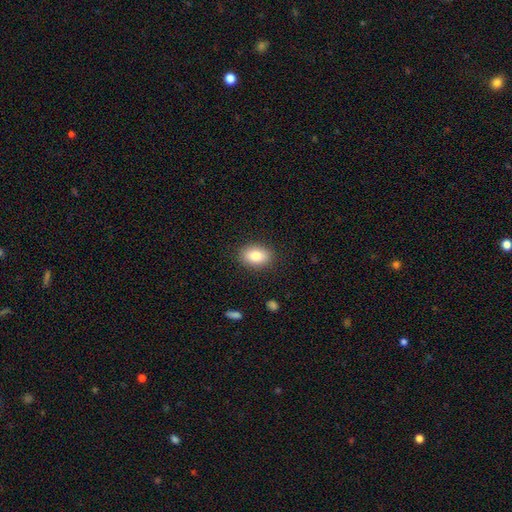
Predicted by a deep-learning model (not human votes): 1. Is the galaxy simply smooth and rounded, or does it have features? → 84% smooth, 9% featured or disk, 8% star or artifact.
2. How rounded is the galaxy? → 84% in between, 15% round, 1% cigar-shaped.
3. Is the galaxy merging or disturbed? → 88% none, 9% minor disturbance, 2% major disturbance, 1% merger.